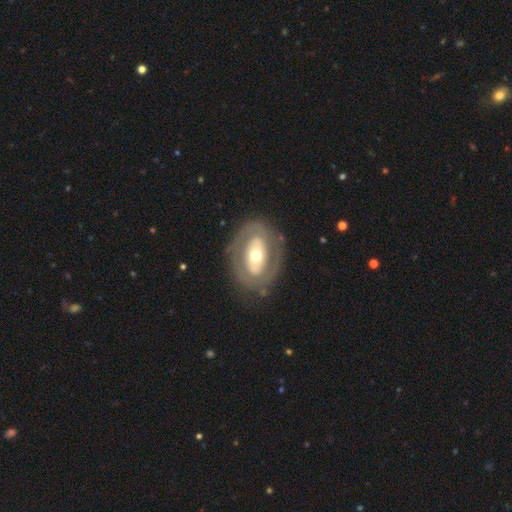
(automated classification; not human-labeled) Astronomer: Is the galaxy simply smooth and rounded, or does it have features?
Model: featured or disk — 64%.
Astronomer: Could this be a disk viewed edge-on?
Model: no — 92%.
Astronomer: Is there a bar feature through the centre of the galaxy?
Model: no — 65%.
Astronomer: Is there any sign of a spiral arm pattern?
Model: no — 75%.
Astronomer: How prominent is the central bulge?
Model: moderate — 63%.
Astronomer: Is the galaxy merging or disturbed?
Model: none — 77%.